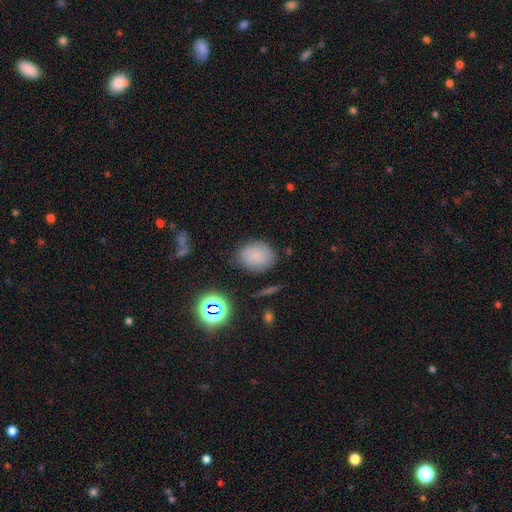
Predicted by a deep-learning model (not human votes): smooth 66%, featured or disk 19%, star or artifact 15%. Down the decision tree: how rounded — in between (50%); merging — none (75%).